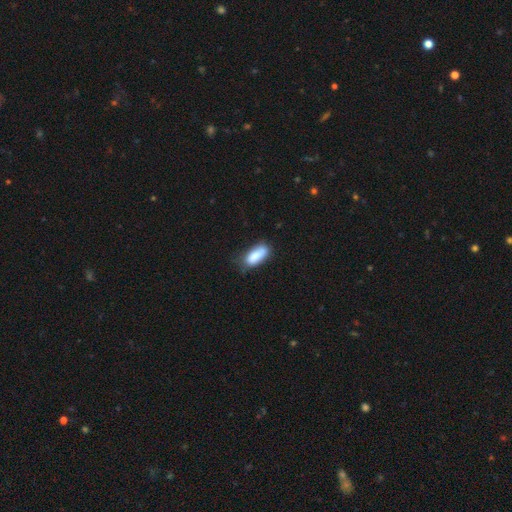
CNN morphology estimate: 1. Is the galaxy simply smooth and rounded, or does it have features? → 84% smooth, 9% featured or disk, 7% star or artifact.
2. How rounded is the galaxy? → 80% in between, 17% cigar-shaped, 2% round.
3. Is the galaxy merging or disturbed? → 63% none, 29% minor disturbance, 6% major disturbance, 3% merger.